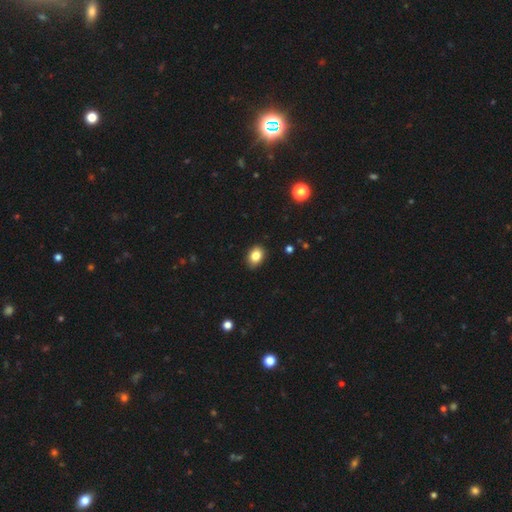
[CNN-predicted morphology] The model was most divided on "how rounded": in between: 72%, round: 27%, cigar-shaped: 1%. More confident: merging — none (86%); smooth or featured — smooth (83%).